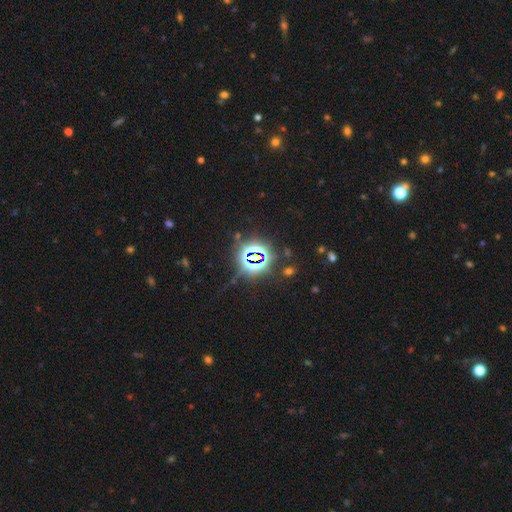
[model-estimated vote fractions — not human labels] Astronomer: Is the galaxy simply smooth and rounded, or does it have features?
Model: star or artifact — 81%.